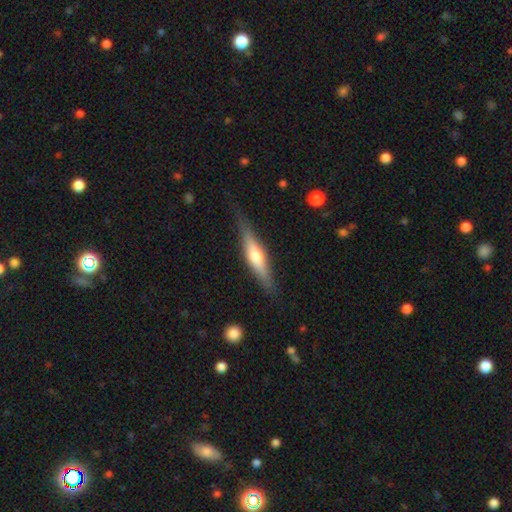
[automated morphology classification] This appears to be a featured or disk galaxy (55%) viewed edge-on (93%) with a rounded central bulge (88%). Merging: none (80%).